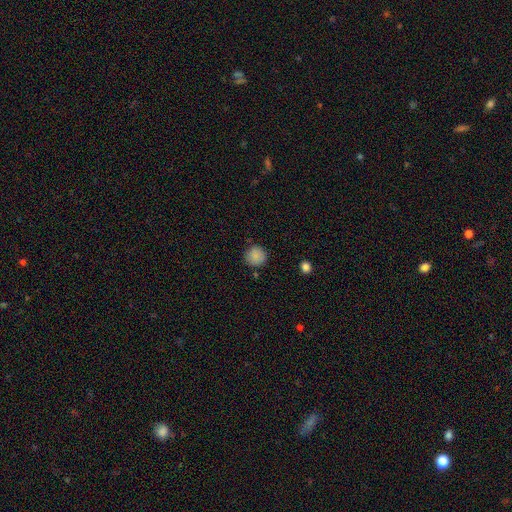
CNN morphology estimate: Smooth or featured? Predicted: smooth (p=0.87). How rounded? Predicted: round (p=0.91). Merging? Predicted: none (p=0.83).